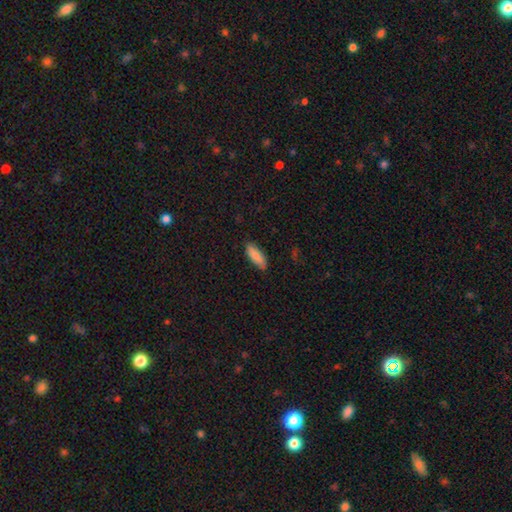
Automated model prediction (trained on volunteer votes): Smooth or featured?
  - smooth: 85% *
  - featured or disk: 9%
  - star or artifact: 6%
How rounded?
  - in between: 67% *
  - cigar-shaped: 31%
  - round: 2%
Merging?
  - none: 86% *
  - minor disturbance: 11%
  - major disturbance: 2%
  - merger: 1%